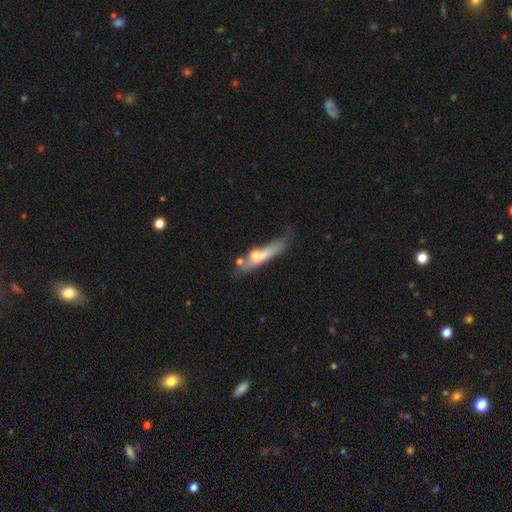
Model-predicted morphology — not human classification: Overall: smooth (51%; featured or disk 40%). How rounded: cigar-shaped (62%; in between 30%). Merging: none (32%; merger 28%).